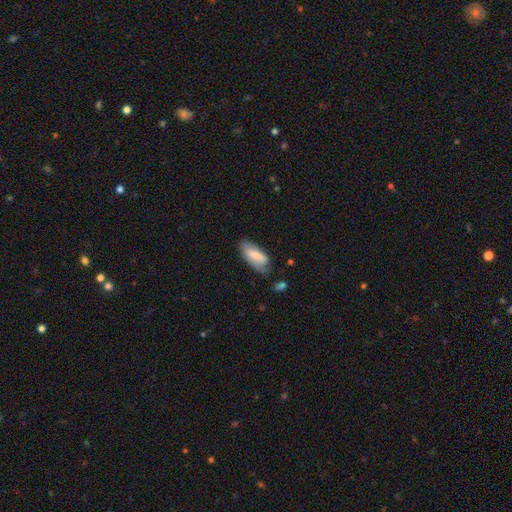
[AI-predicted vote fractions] smooth 70%, featured or disk 24%, star or artifact 6%. Down the decision tree: how rounded — in between (80%); merging — none (63%).